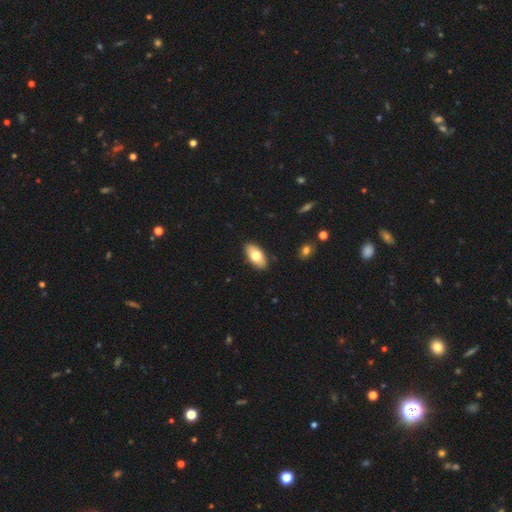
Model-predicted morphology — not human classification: Smooth or featured? Predicted: smooth (p=0.74). How rounded? Predicted: in between (p=0.93). Merging? Predicted: none (p=0.89).